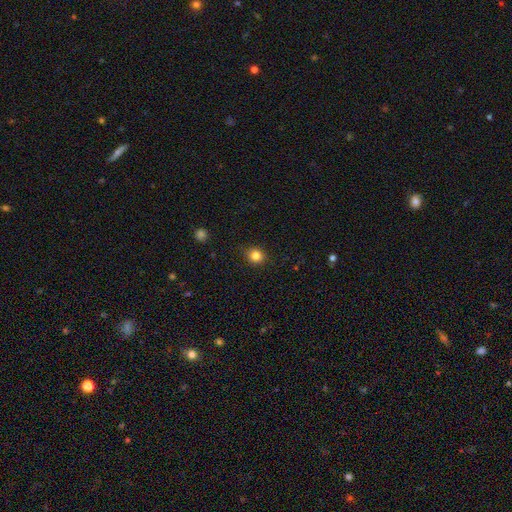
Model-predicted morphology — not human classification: Smooth or featured? Predicted: smooth (p=0.83). How rounded? Predicted: round (p=0.82). Merging? Predicted: none (p=0.88).